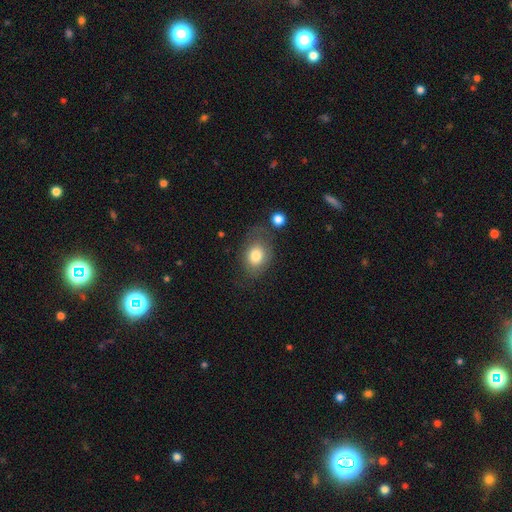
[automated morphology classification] Q: Smooth or featured?
A: smooth (79%); runner-up: featured or disk (13%)
Q: How rounded?
A: in between (66%); runner-up: round (33%)
Q: Merging?
A: none (63%); runner-up: minor disturbance (21%)